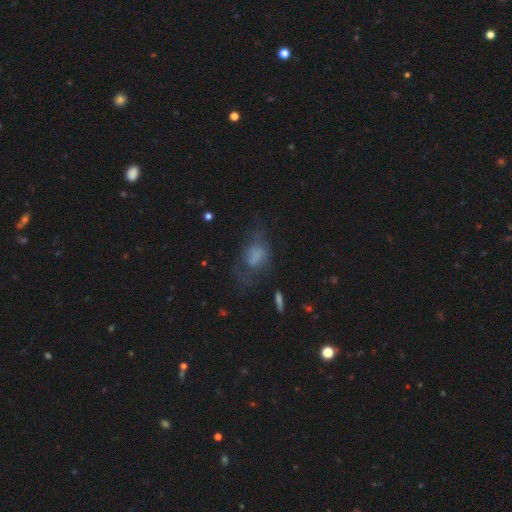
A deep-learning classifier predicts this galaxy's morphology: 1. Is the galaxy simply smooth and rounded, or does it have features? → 54% smooth, 30% featured or disk, 15% star or artifact.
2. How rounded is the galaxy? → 78% in between, 17% round, 4% cigar-shaped.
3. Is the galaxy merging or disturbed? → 37% major disturbance, 35% none, 24% minor disturbance, 4% merger.